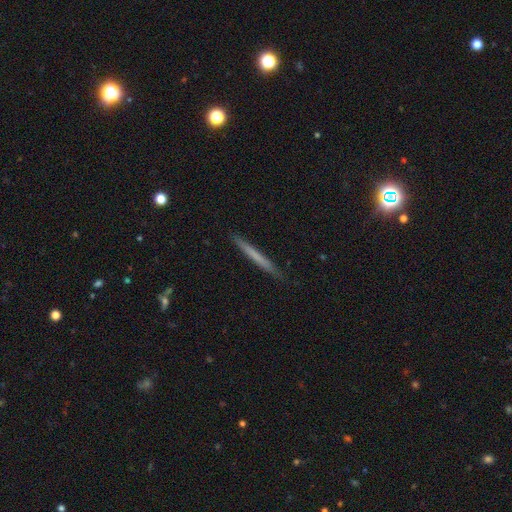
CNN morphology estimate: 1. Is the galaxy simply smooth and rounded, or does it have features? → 59% smooth, 35% featured or disk, 6% star or artifact.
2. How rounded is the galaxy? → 97% cigar-shaped, 2% in between, 1% round.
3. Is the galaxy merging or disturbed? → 89% none, 8% minor disturbance, 1% major disturbance, 1% merger.